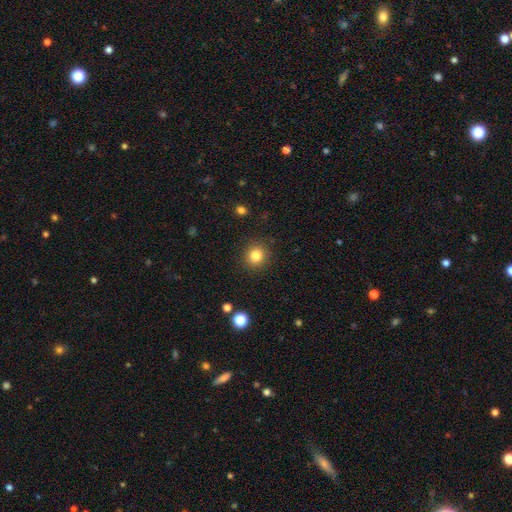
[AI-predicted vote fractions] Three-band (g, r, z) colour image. It shows a smooth galaxy with no disk features (82%) that is round (91%). Merging: none (91%).